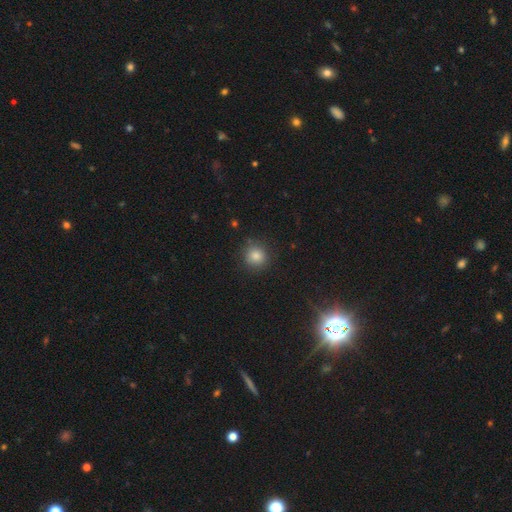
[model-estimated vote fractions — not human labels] Smooth or featured? smooth (81%)
How rounded? round (92%)
Merging? none (87%)